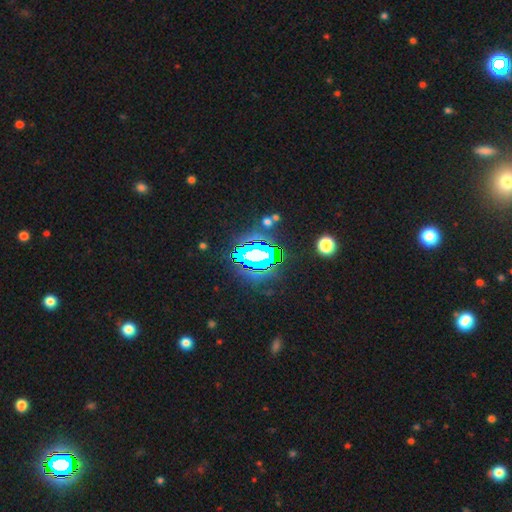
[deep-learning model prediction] smooth-or-featured: star or artifact: 72% | smooth: 15% | featured or disk: 13%